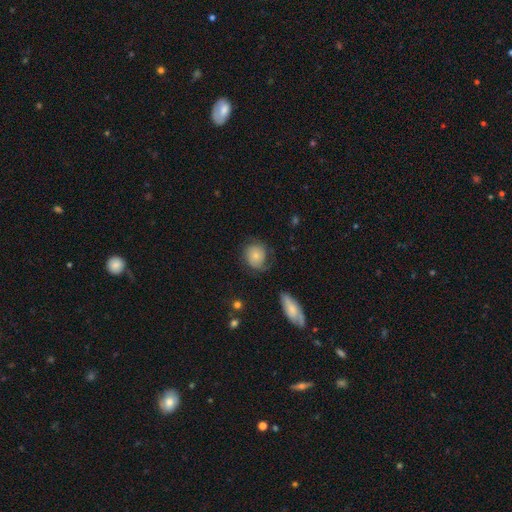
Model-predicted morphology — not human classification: smooth_or_featured: smooth (p=0.56) [alt: featured or disk p=0.35]
how_rounded: round (p=0.69) [alt: in between p=0.30]
merging: none (p=0.55) [alt: minor disturbance p=0.27]